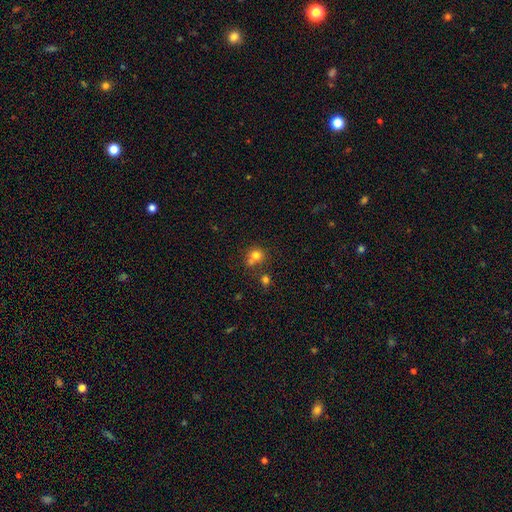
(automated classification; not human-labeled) Overall: smooth (76%). How rounded: round (84%). Merging: none (48%; merger 39%).